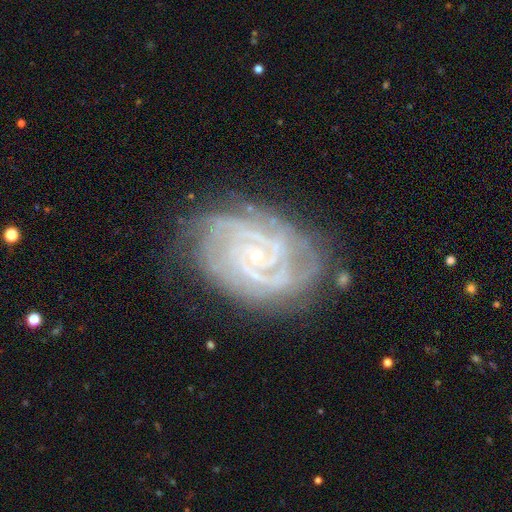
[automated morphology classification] The model was most divided on "spiral arm count": 2: 34%, 3: 21%, can't tell: 19%, 4: 13%, more than 4: 7%, 1: 6%. More confident: spiral arms — yes (98%); edge-on disk — no (97%); smooth or featured — featured or disk (89%); bulge size — small (85%); merging — none (74%); spiral winding — tight (72%); bar — no (62%).